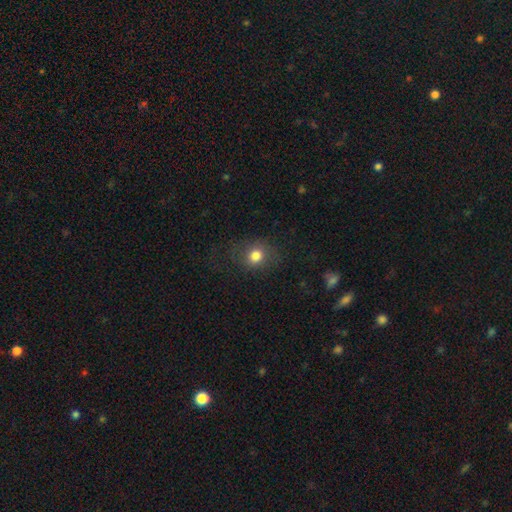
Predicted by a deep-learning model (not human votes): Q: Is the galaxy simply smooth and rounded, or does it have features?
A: smooth — 80%.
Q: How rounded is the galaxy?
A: round — 66%.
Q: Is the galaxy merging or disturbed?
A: none — 73%.